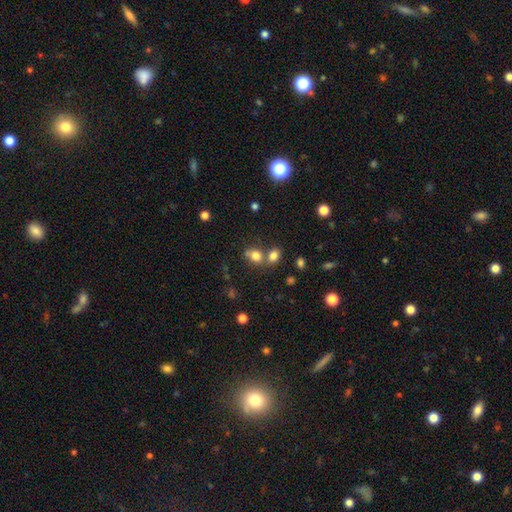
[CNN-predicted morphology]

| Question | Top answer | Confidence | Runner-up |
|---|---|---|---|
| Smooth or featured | smooth | 77% | star or artifact (14%) |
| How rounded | round | 52% | in between (47%) |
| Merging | none | 45% | merger (41%) |